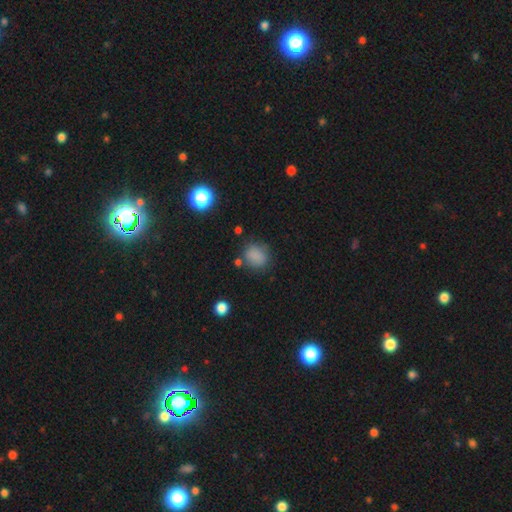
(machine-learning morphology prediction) The model was most divided on "how rounded": round: 64%, in between: 34%, cigar-shaped: 1%. More confident: smooth or featured — smooth (81%); merging — none (72%).